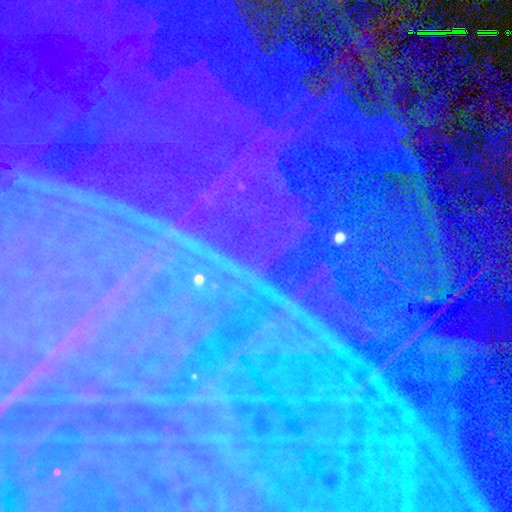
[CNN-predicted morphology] Smooth or featured: star or artifact — 86% (featured or disk — 8%)